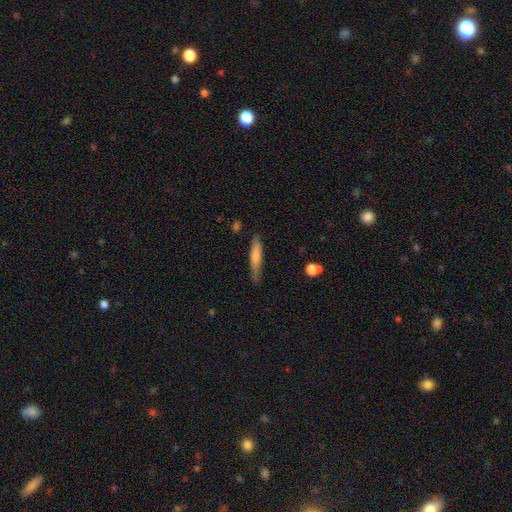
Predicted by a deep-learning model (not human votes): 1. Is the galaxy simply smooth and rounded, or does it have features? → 71% smooth, 22% featured or disk, 6% star or artifact.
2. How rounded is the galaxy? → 87% cigar-shaped, 12% in between, 1% round.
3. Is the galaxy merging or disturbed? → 72% none, 21% minor disturbance, 5% major disturbance, 2% merger.